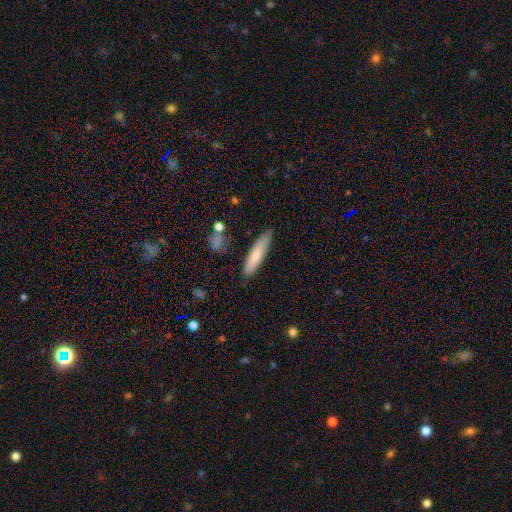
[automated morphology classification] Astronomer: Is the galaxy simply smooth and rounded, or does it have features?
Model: smooth — 76%.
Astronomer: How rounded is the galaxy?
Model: cigar-shaped — 80%.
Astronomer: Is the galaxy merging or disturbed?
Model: none — 84%.